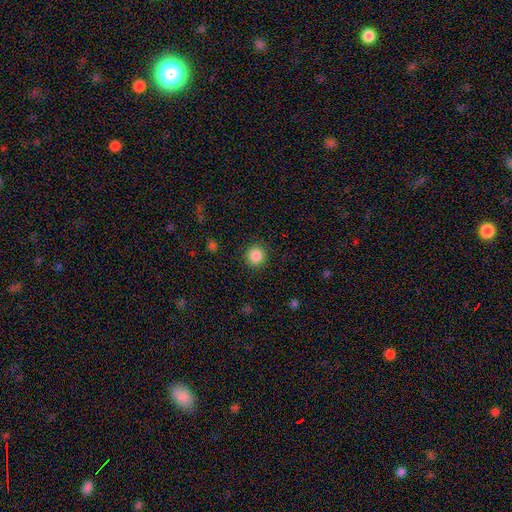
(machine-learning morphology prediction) type=smooth (87%); roundness=round (92%); merging=none (91%).